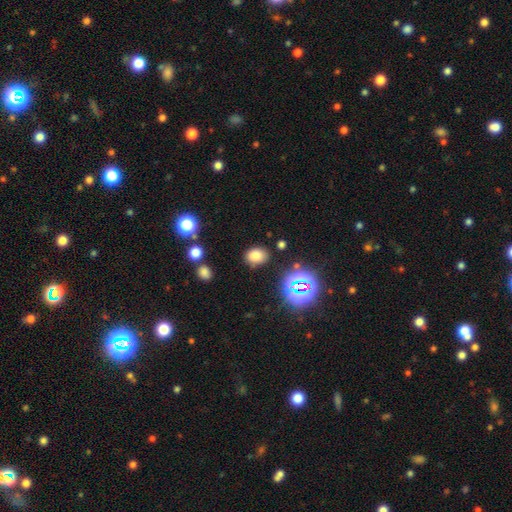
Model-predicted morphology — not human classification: Smooth or featured: smooth — 76% (star or artifact — 18%)
How rounded: in between — 59% (round — 39%)
Merging: none — 81% (minor disturbance — 13%)